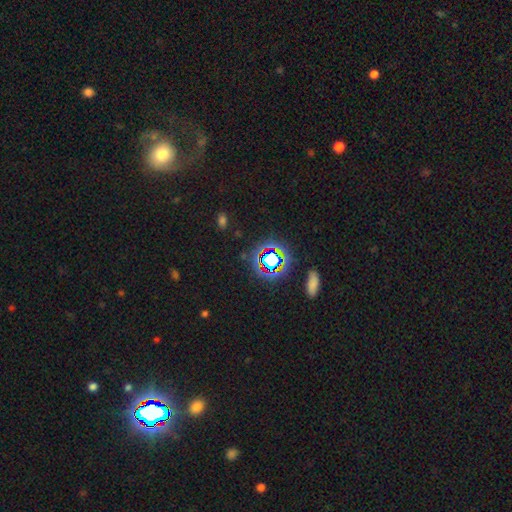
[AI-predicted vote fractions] Morphology: type=star or artifact (56%).